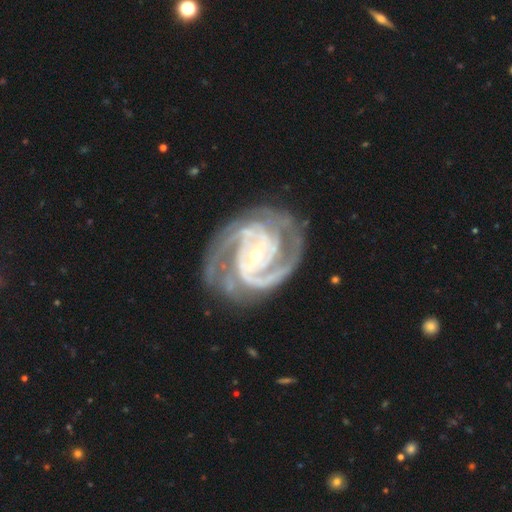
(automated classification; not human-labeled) Q: Smooth or featured?
A: featured or disk (93%); runner-up: star or artifact (4%)
Q: Edge-on disk?
A: no (98%); runner-up: yes (2%)
Q: Bar?
A: no (48%); runner-up: weak (31%)
Q: Spiral arms?
A: yes (98%); runner-up: no (2%)
Q: Spiral winding?
A: tight (60%); runner-up: medium (36%)
Q: Spiral arm count?
A: 2 (42%); runner-up: 3 (28%)
Q: Bulge size?
A: small (68%); runner-up: moderate (28%)
Q: Merging?
A: none (72%); runner-up: minor disturbance (17%)